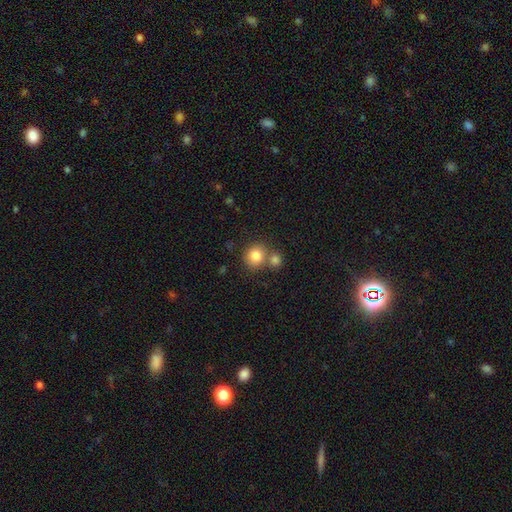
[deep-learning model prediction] This is clearly a smooth galaxy (83%). How rounded: clearly round (83%). Merging: possibly none (58%).